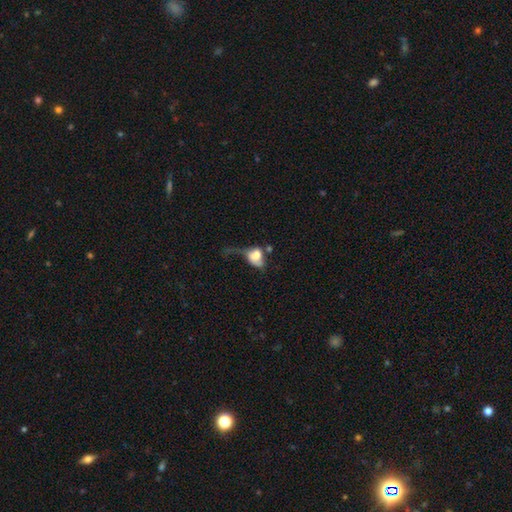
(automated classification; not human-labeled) Smooth or featured? smooth (58%)
How rounded? in between (62%)
Merging? major disturbance (48%)